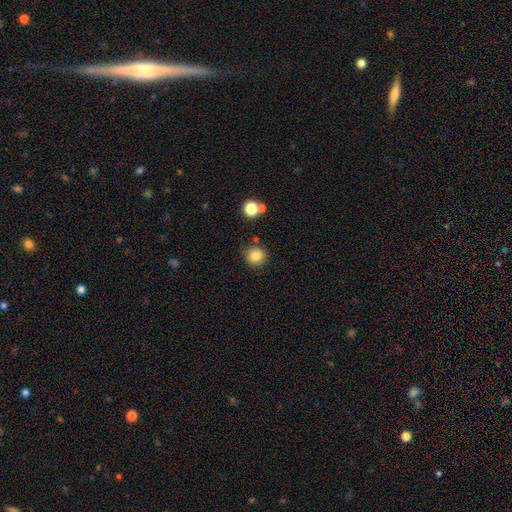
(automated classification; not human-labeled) smooth 83%, star or artifact 11%, featured or disk 6%. Down the decision tree: how rounded — round (92%); merging — none (80%).